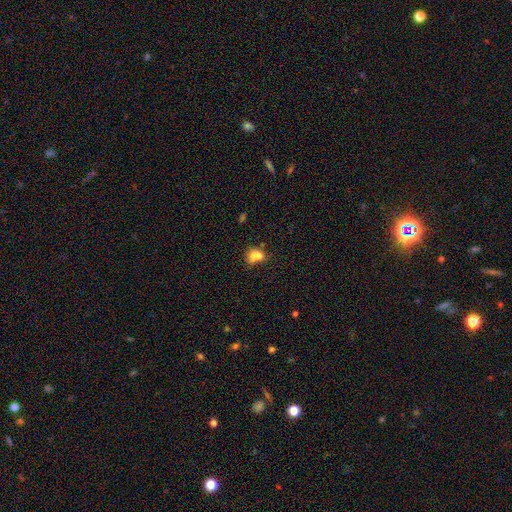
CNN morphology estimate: The model was most divided on "how rounded": in between: 57%, round: 41%, cigar-shaped: 2%. Remaining: smooth or featured — smooth (74%); merging — merger (49%).